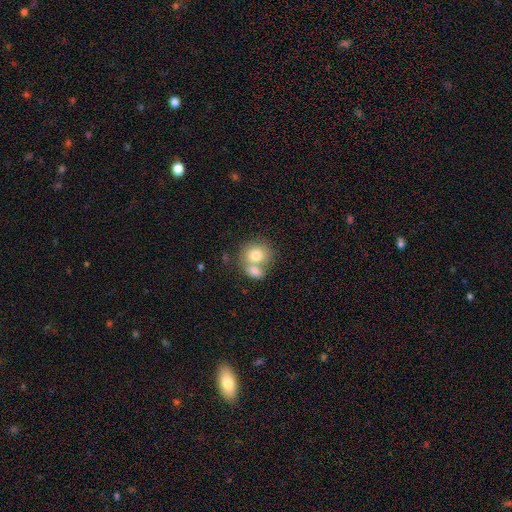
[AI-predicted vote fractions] This appears to be a smooth galaxy with no disk features (76%) that is round (72%). Merging: merger (55%).